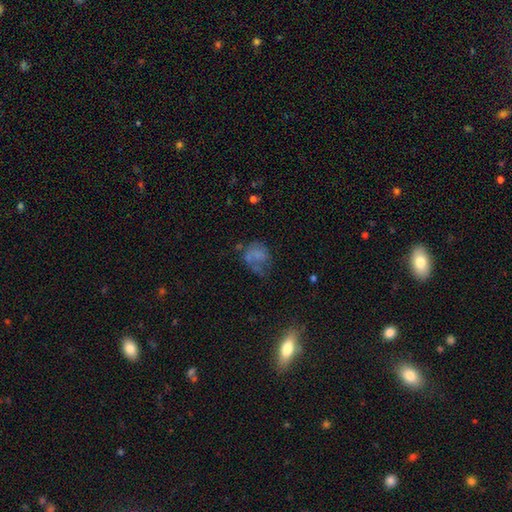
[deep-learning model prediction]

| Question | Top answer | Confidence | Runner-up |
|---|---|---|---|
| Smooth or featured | smooth | 53% | featured or disk (35%) |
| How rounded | in between | 50% | round (49%) |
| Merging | major disturbance | 40% | none (28%) |